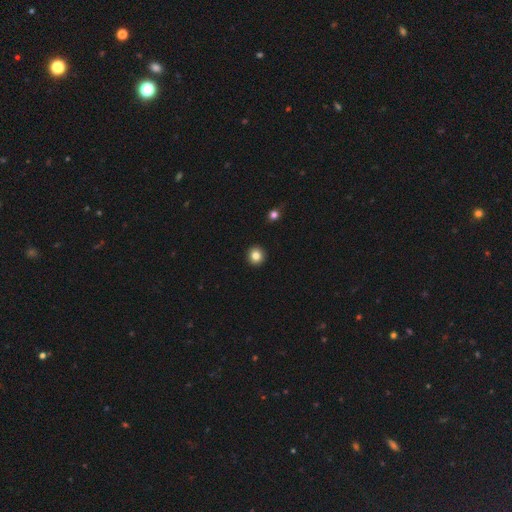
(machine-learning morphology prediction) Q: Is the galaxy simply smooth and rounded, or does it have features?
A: smooth — 83%.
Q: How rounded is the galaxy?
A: round — 94%.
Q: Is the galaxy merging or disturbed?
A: none — 93%.